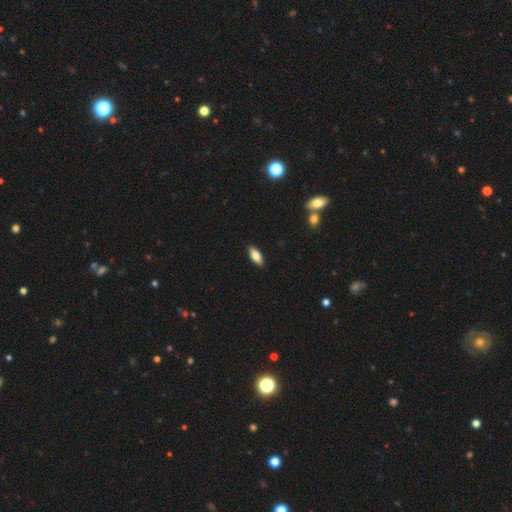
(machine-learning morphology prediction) Smooth or featured: smooth — 76% (featured or disk — 18%)
How rounded: in between — 80% (cigar-shaped — 18%)
Merging: none — 90% (minor disturbance — 8%)